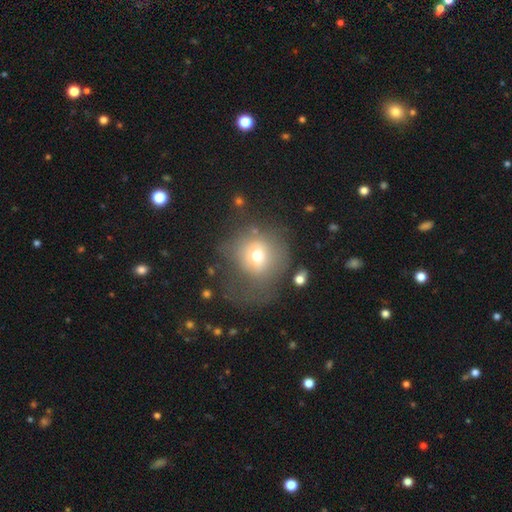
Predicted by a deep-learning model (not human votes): smooth-or-featured: smooth: 64% | featured or disk: 24% | star or artifact: 13%
  how-rounded: round: 82% | in between: 17% | cigar-shaped: 1%
  merging: major disturbance: 37% | none: 36% | minor disturbance: 23% | merger: 4%